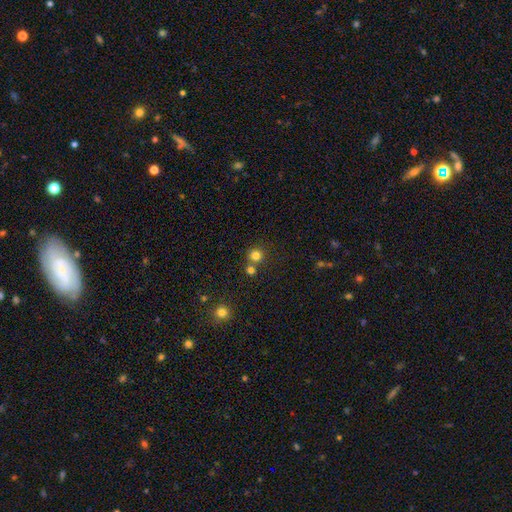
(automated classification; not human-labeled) Q: Smooth or featured?
A: smooth (80%); runner-up: star or artifact (15%)
Q: How rounded?
A: round (93%); runner-up: in between (6%)
Q: Merging?
A: none (68%); runner-up: merger (23%)